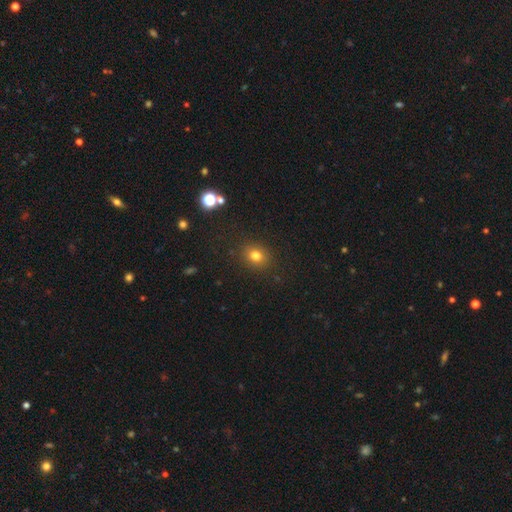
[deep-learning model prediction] smooth 79%, star or artifact 14%, featured or disk 7%. Down the decision tree: how rounded — round (64%); merging — none (87%).